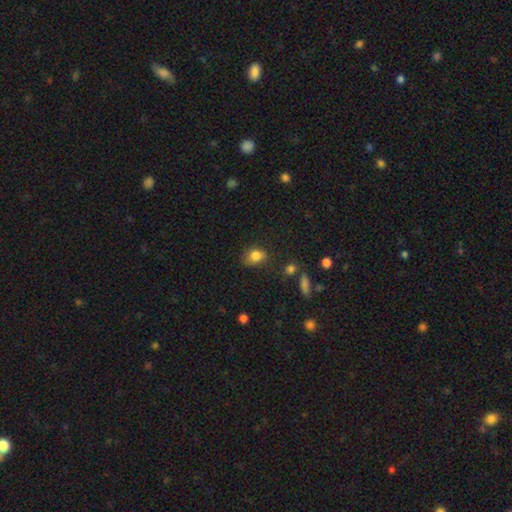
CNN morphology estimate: Smooth or featured? Predicted: smooth (p=0.82). How rounded? Predicted: in between (p=0.64). Merging? Predicted: none (p=0.63).